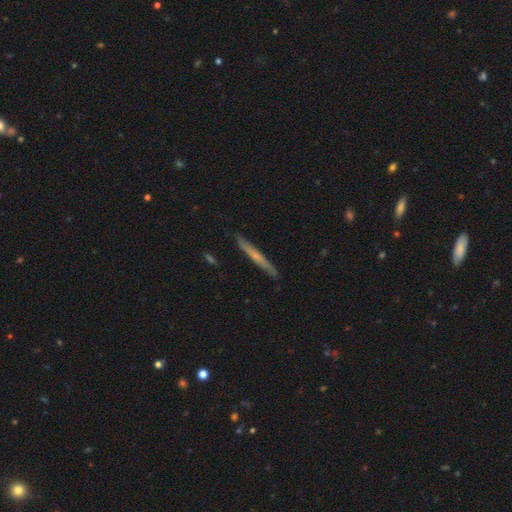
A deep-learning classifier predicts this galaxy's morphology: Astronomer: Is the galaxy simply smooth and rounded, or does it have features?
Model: featured or disk — 48% (runner-up: smooth, 46%).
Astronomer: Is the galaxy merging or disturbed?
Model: none — 89%.